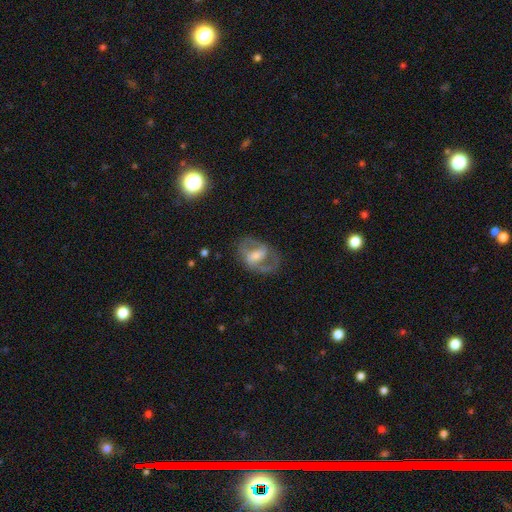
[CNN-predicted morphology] Smooth or featured: featured or disk — 72% (smooth — 22%)
Edge-on disk: no — 96% (yes — 4%)
Bar: weak — 43% (strong — 34%)
Spiral arms: yes — 79% (no — 21%)
Spiral winding: medium — 53% (loose — 27%)
Spiral arm count: 2 — 81% (can't tell — 9%)
Bulge size: moderate — 42% (small — 29%)
Merging: none — 63% (minor disturbance — 19%)